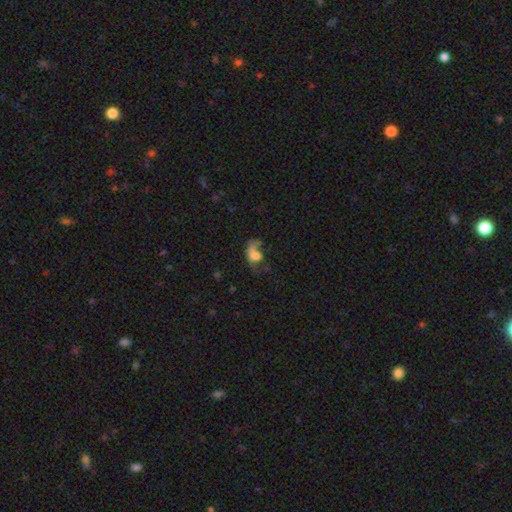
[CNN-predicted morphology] Smooth or featured: smooth — 60% (featured or disk — 26%)
How rounded: in between — 75% (round — 21%)
Merging: major disturbance — 41% (none — 22%)